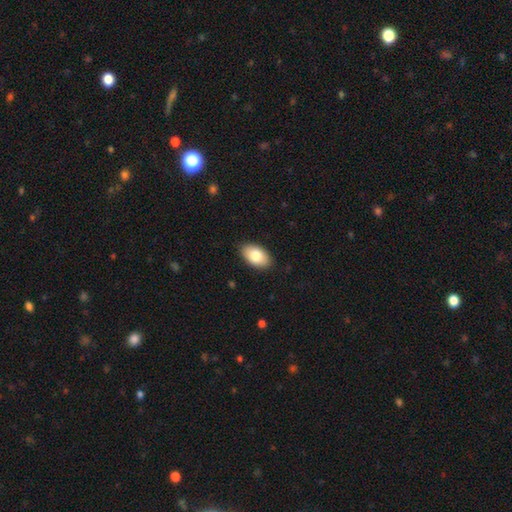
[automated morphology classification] The model was most divided on "smooth or featured": smooth: 81%, featured or disk: 13%, star or artifact: 6%. More confident: how rounded — in between (94%); merging — none (89%).